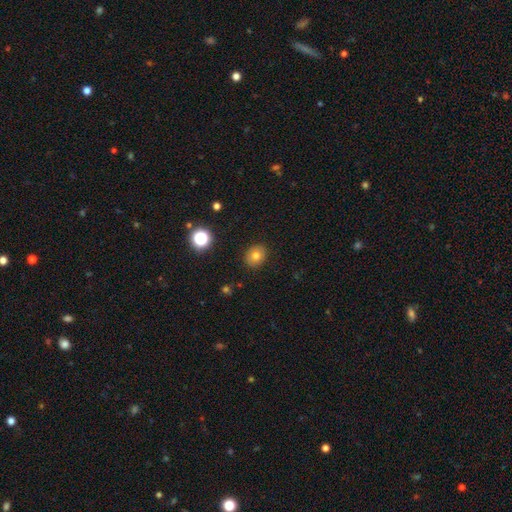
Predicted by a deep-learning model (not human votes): Smooth or featured: smooth — 77% (star or artifact — 13%)
How rounded: round — 64% (in between — 35%)
Merging: none — 89% (minor disturbance — 7%)